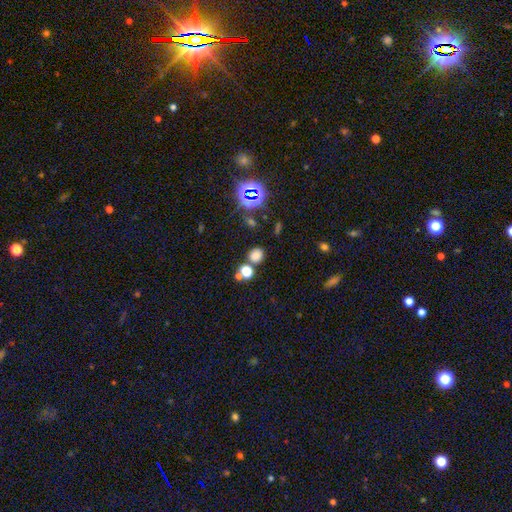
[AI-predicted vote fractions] Morphology: type=smooth (71%); roundness=round (80%); merging=none (75%).